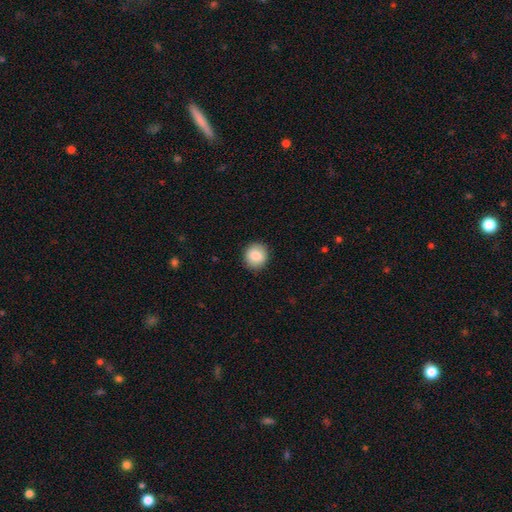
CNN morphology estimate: Smooth or featured?
  - smooth: 86% *
  - star or artifact: 8%
  - featured or disk: 6%
How rounded?
  - round: 88% *
  - in between: 11%
  - cigar-shaped: 1%
Merging?
  - none: 90% *
  - minor disturbance: 7%
  - major disturbance: 2%
  - merger: 1%